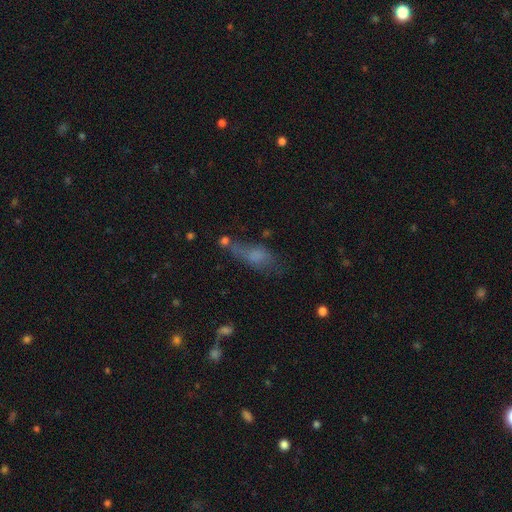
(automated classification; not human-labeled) smooth 61%, featured or disk 25%, star or artifact 14%. Down the decision tree: how rounded — in between (70%); merging — none (36%).